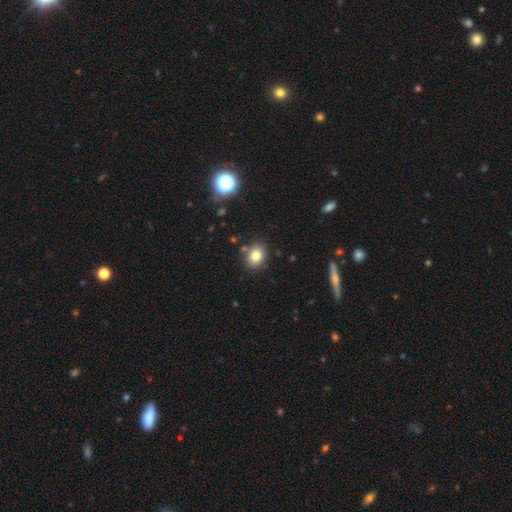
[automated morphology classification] smooth_or_featured: smooth (p=0.79) [alt: star or artifact p=0.12]
how_rounded: in between (p=0.50) [alt: round p=0.49]
merging: none (p=0.82) [alt: minor disturbance p=0.11]